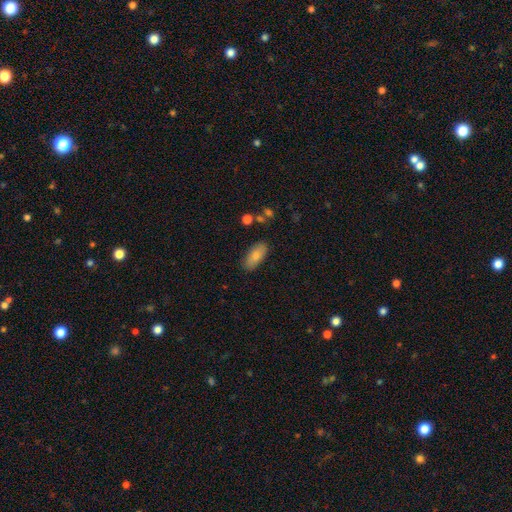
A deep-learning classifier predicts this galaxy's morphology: Smooth or featured? smooth (78%)
How rounded? in between (86%)
Merging? none (85%)